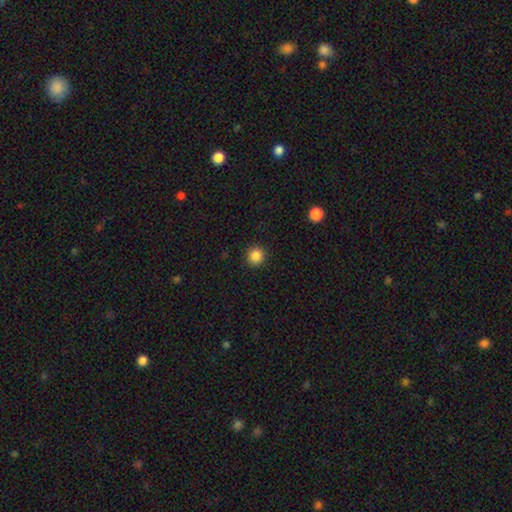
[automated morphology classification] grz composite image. It shows a smooth galaxy with no disk features (86%) that is round (93%). Merging: none (91%).